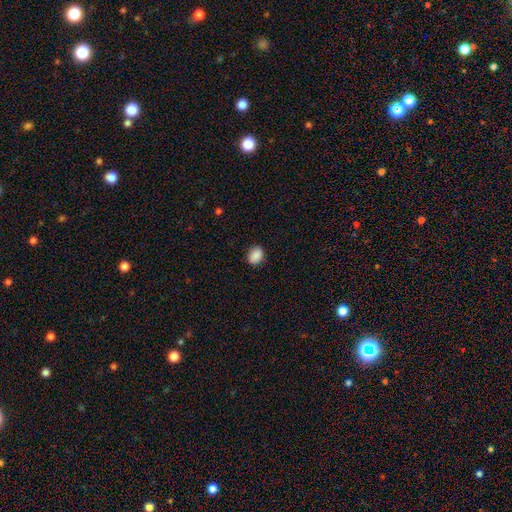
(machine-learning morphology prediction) Smooth or featured?
  - smooth: 89% *
  - star or artifact: 8%
  - featured or disk: 3%
How rounded?
  - in between: 64% *
  - round: 35%
  - cigar-shaped: 1%
Merging?
  - none: 86% *
  - minor disturbance: 11%
  - major disturbance: 2%
  - merger: 1%